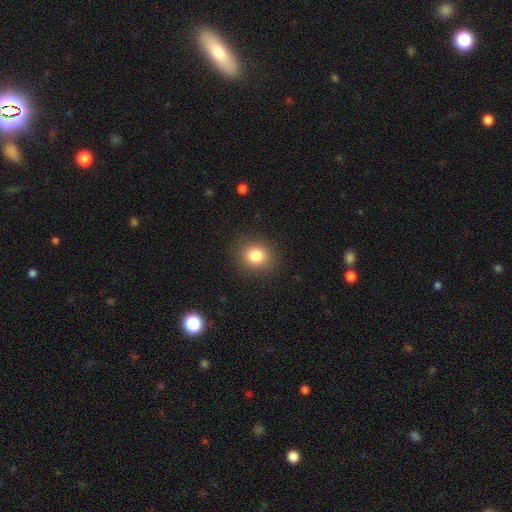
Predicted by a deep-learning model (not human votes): smooth_or_featured: smooth (p=0.82) [alt: star or artifact p=0.11]
how_rounded: round (p=0.75) [alt: in between p=0.24]
merging: none (p=0.89) [alt: minor disturbance p=0.08]